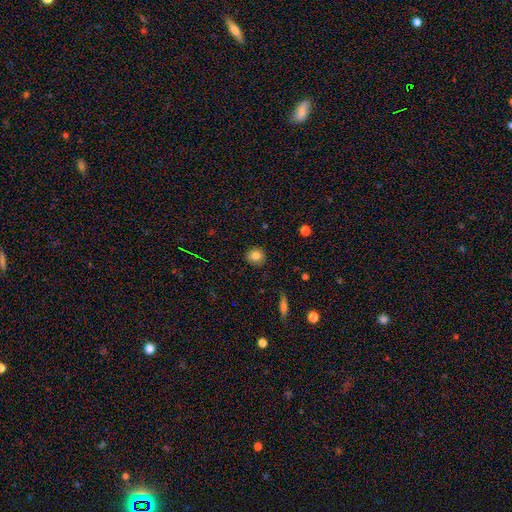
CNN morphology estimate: A smooth galaxy with no disk features (83%) that is round (84%). Merging: none (88%).